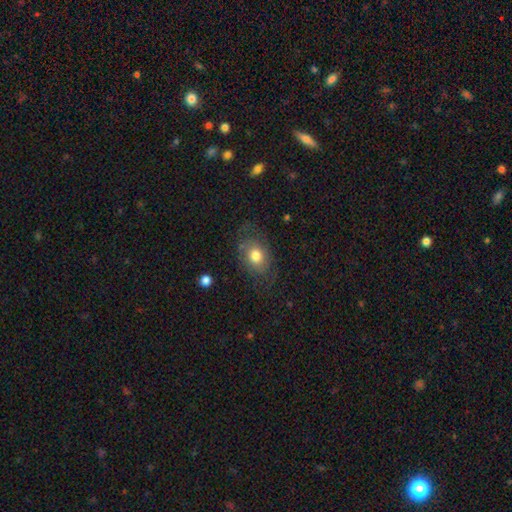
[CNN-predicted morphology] The model was most divided on "smooth or featured": smooth: 56%, featured or disk: 35%, star or artifact: 9%. More confident: how rounded — in between (70%); merging — none (64%).